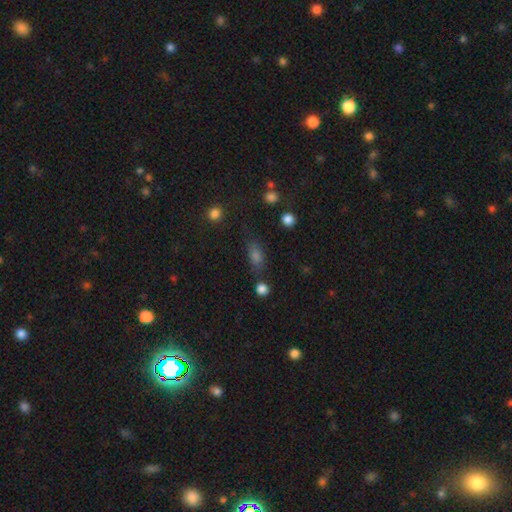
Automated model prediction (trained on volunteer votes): smooth 73%, star or artifact 16%, featured or disk 11%. Down the decision tree: how rounded — in between (74%); merging — none (68%).